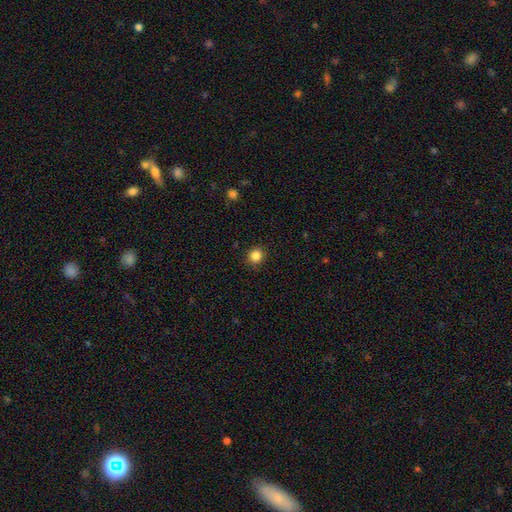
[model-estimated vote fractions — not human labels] Smooth or featured?
  - smooth: 85% *
  - star or artifact: 11%
  - featured or disk: 4%
How rounded?
  - round: 86% *
  - in between: 13%
  - cigar-shaped: 1%
Merging?
  - none: 89% *
  - minor disturbance: 7%
  - major disturbance: 2%
  - merger: 1%